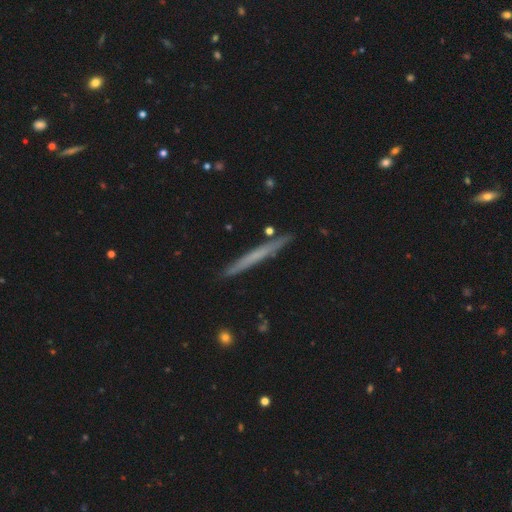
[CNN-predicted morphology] Smooth or featured: smooth — 47% (tied with featured or disk — 47%)
Merging: none — 88% (minor disturbance — 8%)